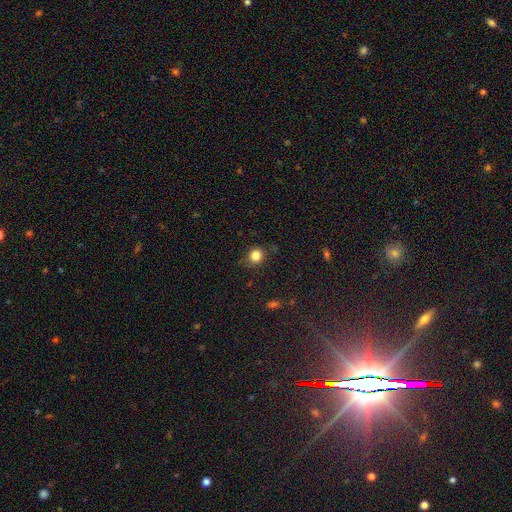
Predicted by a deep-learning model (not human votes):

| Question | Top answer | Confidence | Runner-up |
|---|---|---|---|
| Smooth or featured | smooth | 83% | star or artifact (12%) |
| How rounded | round | 80% | in between (19%) |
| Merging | none | 81% | minor disturbance (14%) |